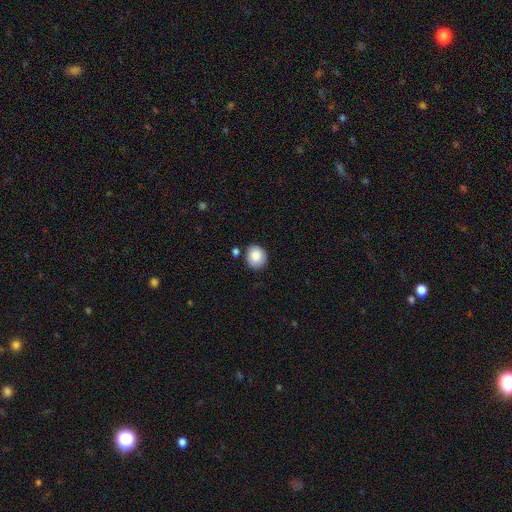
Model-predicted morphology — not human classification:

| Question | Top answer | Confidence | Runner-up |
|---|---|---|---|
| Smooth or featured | smooth | 87% | star or artifact (8%) |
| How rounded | round | 78% | in between (21%) |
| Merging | none | 80% | minor disturbance (12%) |